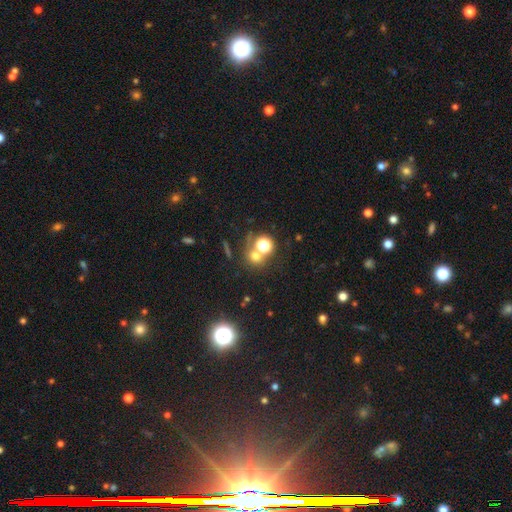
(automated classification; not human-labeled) Smooth or featured?
  - smooth: 60% *
  - star or artifact: 28%
  - featured or disk: 11%
How rounded?
  - round: 82% *
  - in between: 16%
  - cigar-shaped: 1%
Merging?
  - none: 55% *
  - merger: 32%
  - minor disturbance: 8%
  - major disturbance: 5%